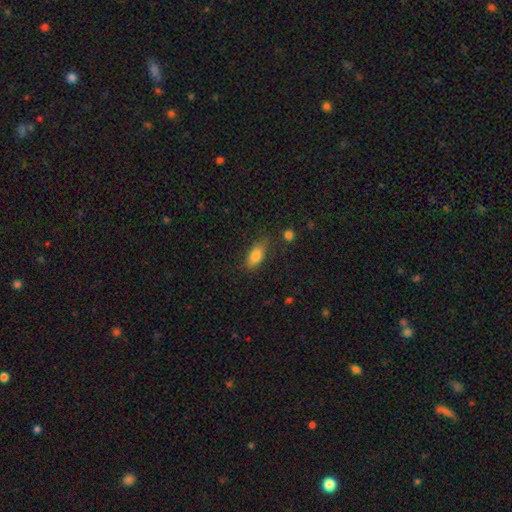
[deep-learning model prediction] This is clearly a smooth galaxy (83%). How rounded: clearly in between (84%). Merging: likely none (71%).